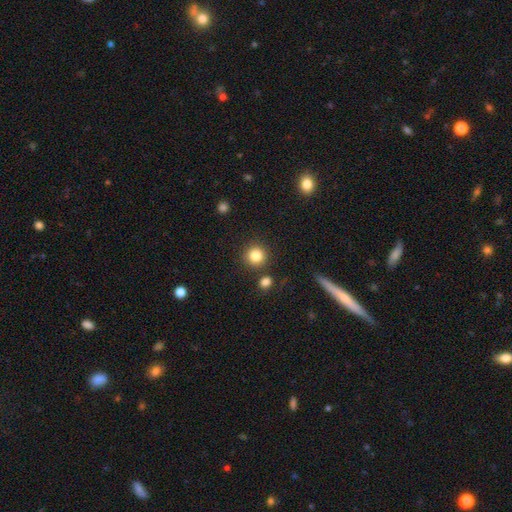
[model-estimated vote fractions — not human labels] A smooth galaxy with no disk features (84%) that is round (93%).

Vote fractions:
- Smooth or featured? smooth: 84% / star or artifact: 11% / featured or disk: 5%
- How rounded? round: 93% / in between: 6% / cigar-shaped: 1%
- Merging? none: 86% / minor disturbance: 7% / merger: 5% / major disturbance: 3%